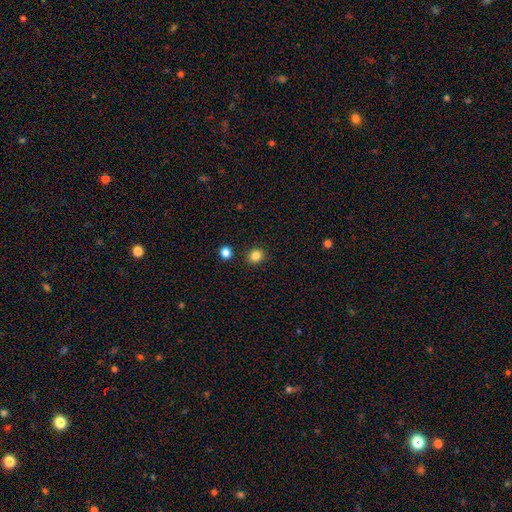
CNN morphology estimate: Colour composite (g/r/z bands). It shows a smooth galaxy with no disk features (84%) that is round (79%). Merging: none (88%).